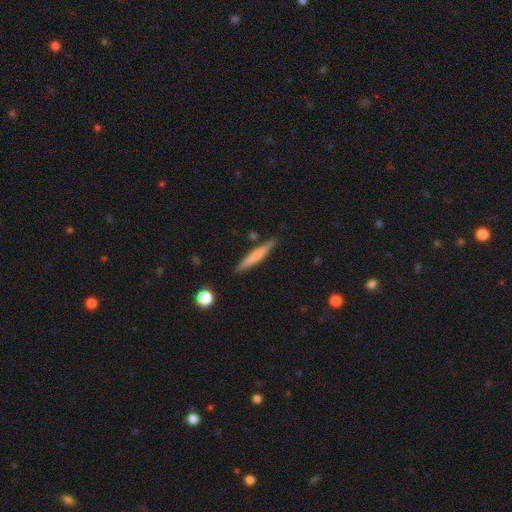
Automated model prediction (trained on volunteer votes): Overall: smooth (62%; featured or disk 33%). How rounded: cigar-shaped (95%). Merging: none (85%).